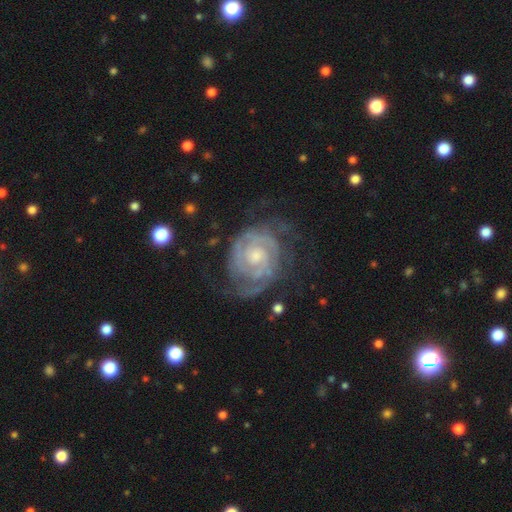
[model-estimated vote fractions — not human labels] A featured or disk galaxy (90%) with no bar (67%), 2 (50%) tight (74%) spiral arms (97%) and a small central bulge (50%).

Vote fractions:
- Smooth or featured? featured or disk: 90% / smooth: 5% / star or artifact: 5%
- Edge-on disk? no: 98% / yes: 2%
- Bar? no: 67% / weak: 27% / strong: 6%
- Spiral arms? yes: 97% / no: 3%
- Spiral winding? tight: 74% / medium: 22% / loose: 4%
- Spiral arm count? 2: 50% / can't tell: 19% / 3: 16% / 4: 6% / 1: 4% / more than 4: 4%
- Bulge size? small: 50% / moderate: 42% / none: 4% / large: 3% / dominant: 1%
- Merging? none: 67% / minor disturbance: 20% / major disturbance: 12% / merger: 2%